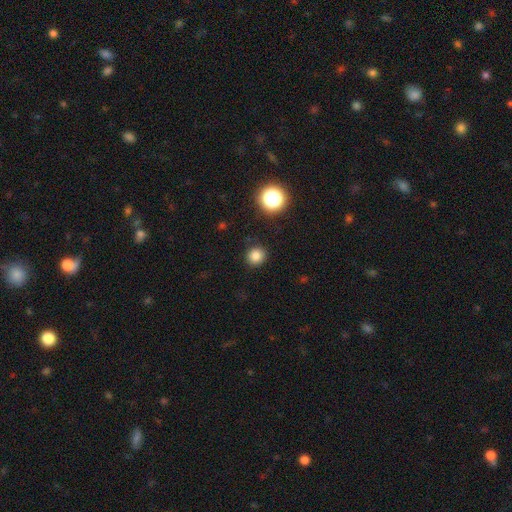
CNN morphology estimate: This is clearly a smooth galaxy (81%). How rounded: clearly round (89%). Merging: clearly none (90%).